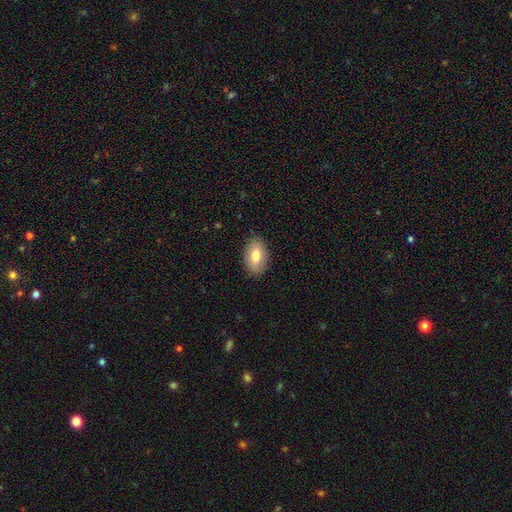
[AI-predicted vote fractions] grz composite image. It shows a smooth galaxy with no disk features (78%) that is in between round and cigar-shaped (90%). Merging: none (87%).